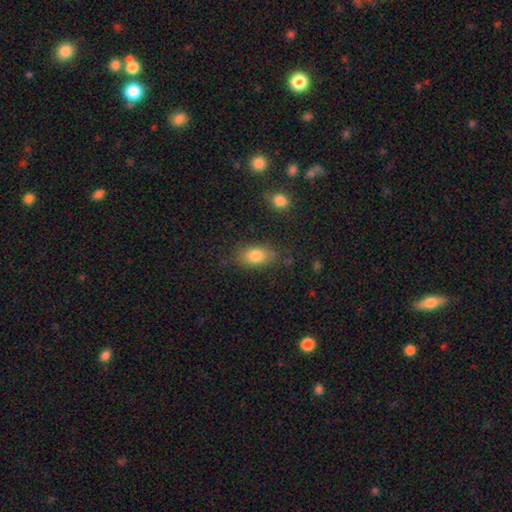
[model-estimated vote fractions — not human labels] The model was most divided on "merging": none: 77%, minor disturbance: 15%, major disturbance: 5%, merger: 3%. More confident: how rounded — in between (86%); smooth or featured — smooth (82%).